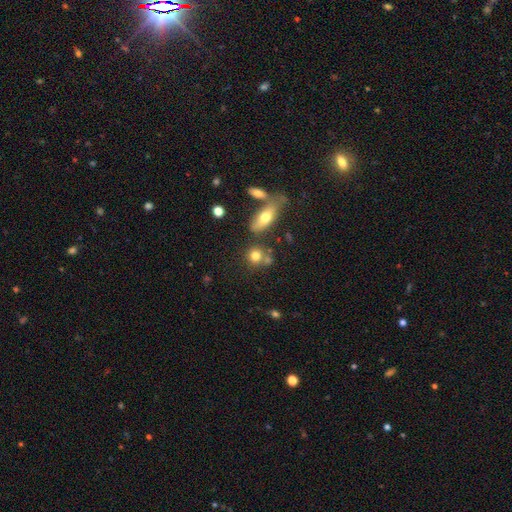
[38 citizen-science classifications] smooth-or-featured: smooth: 71% | featured or disk: 18% | star or artifact: 11%
  how-rounded: round: 67% | in between: 22% | cigar-shaped: 11%
  merging: none: 44% | merger: 35% | minor disturbance: 18% | major disturbance: 3%